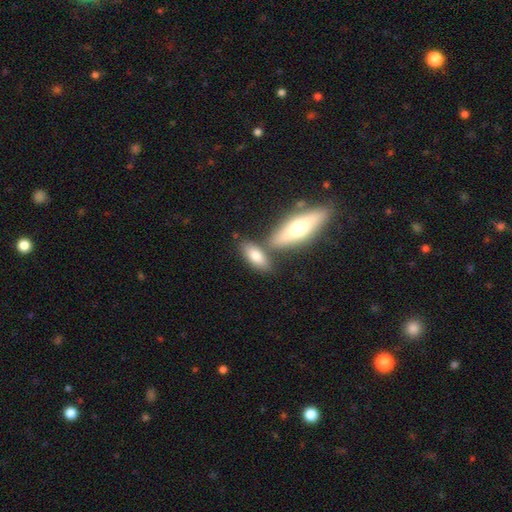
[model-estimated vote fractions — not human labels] The model was most divided on "merging": none: 57%, merger: 28%, minor disturbance: 12%, major disturbance: 4%. More confident: how rounded — in between (80%); smooth or featured — smooth (76%).